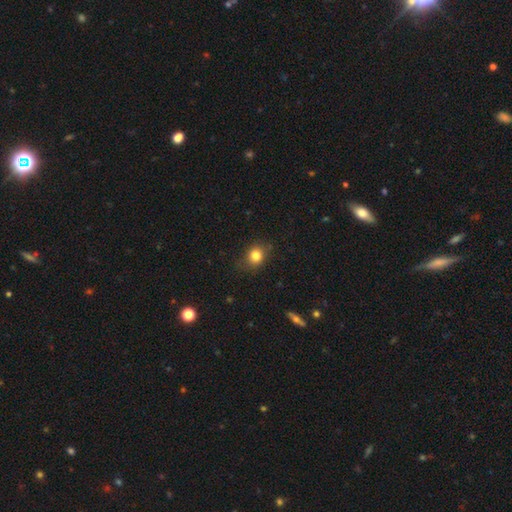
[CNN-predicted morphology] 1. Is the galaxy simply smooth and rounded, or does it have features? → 82% smooth, 11% star or artifact, 6% featured or disk.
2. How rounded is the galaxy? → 66% round, 33% in between, 1% cigar-shaped.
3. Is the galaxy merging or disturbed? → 80% none, 15% minor disturbance, 4% major disturbance, 1% merger.